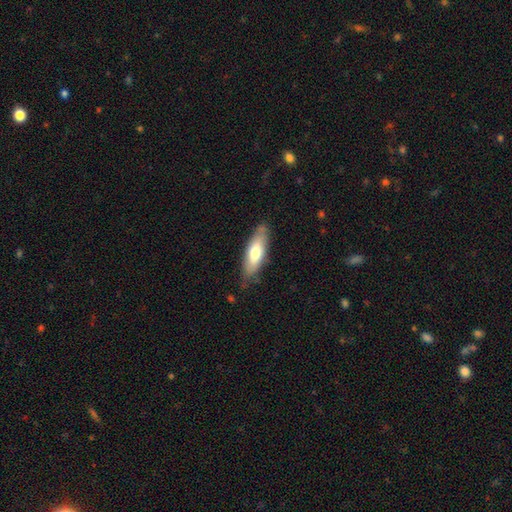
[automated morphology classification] A smooth galaxy with no disk features (59%) that is in between round and cigar-shaped (55%). Merging: none (80%).